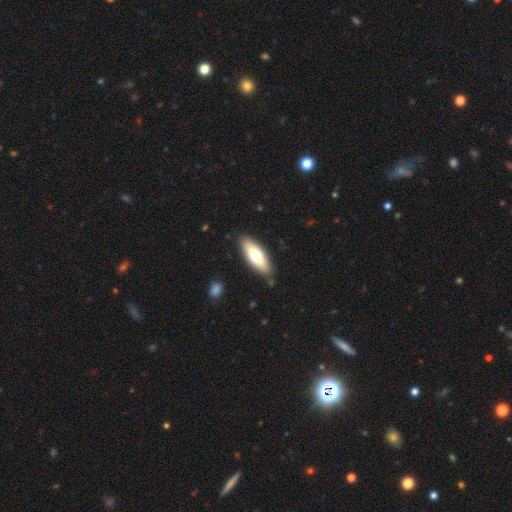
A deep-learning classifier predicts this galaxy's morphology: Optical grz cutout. It shows a smooth galaxy with no disk features (69%) that is in between round and cigar-shaped (63%). Merging: none (84%).